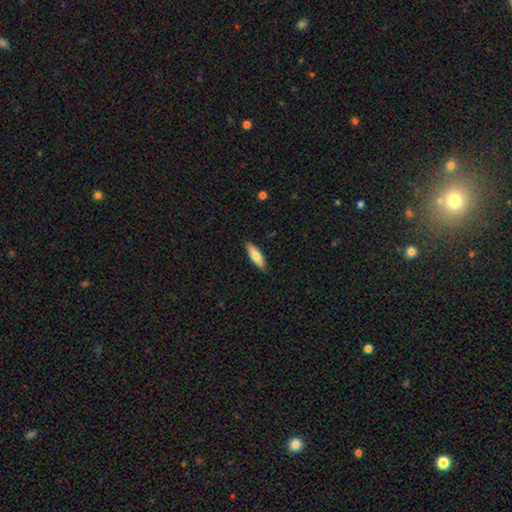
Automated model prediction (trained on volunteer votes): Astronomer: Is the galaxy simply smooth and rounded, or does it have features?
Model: smooth — 72%.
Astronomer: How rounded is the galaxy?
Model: cigar-shaped — 58% (runner-up: in between, 41%).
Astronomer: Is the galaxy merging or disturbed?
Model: none — 88%.